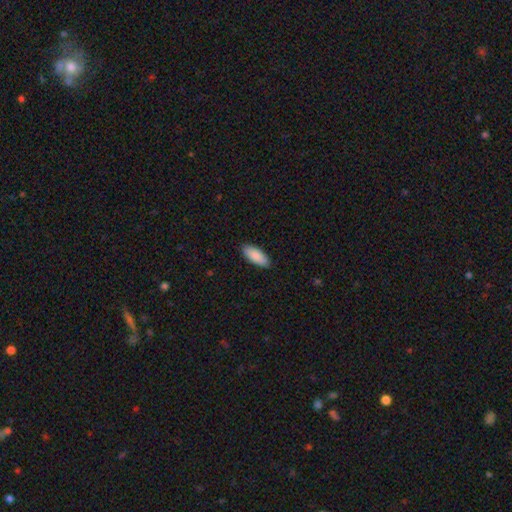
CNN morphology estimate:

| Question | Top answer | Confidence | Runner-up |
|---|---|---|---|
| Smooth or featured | smooth | 90% | star or artifact (5%) |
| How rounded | in between | 83% | cigar-shaped (15%) |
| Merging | none | 89% | minor disturbance (9%) |